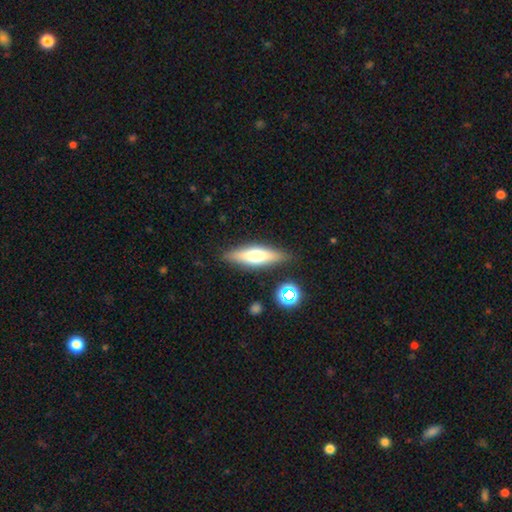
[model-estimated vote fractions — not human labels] Overall: smooth (52%; featured or disk 41%). How rounded: cigar-shaped (63%; in between 35%). Merging: none (84%).